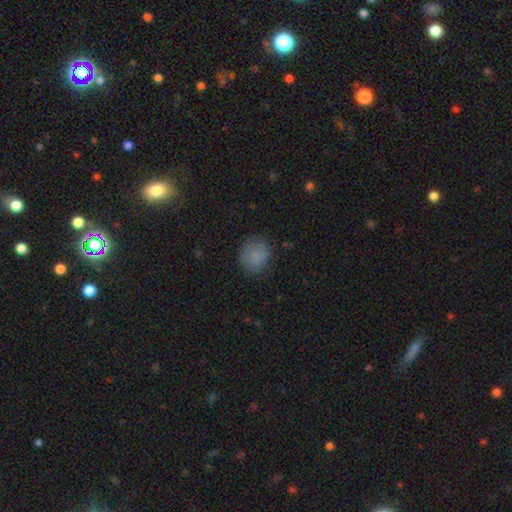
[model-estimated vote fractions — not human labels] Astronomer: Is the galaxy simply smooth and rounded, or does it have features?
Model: smooth — 81%.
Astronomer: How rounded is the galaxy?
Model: round — 69%.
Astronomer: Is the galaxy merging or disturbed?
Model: none — 76%.